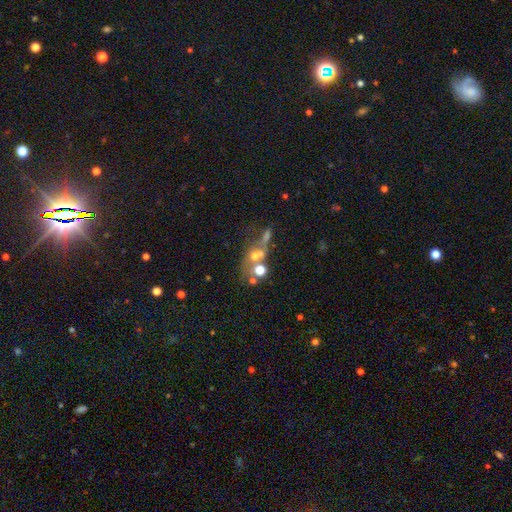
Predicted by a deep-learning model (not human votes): The model was most divided on "smooth or featured": smooth: 43%, featured or disk: 35%, star or artifact: 22%. Remaining: merging — merger (45%).